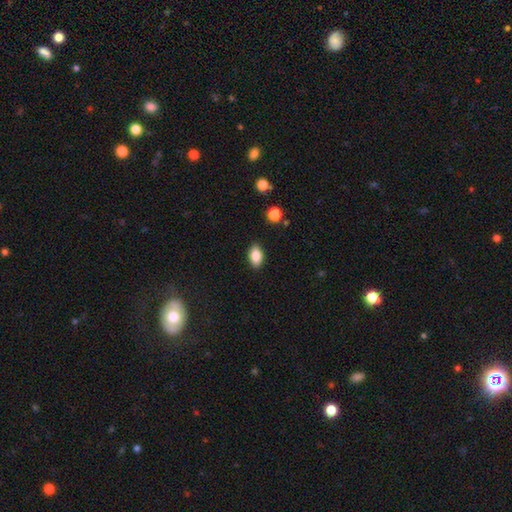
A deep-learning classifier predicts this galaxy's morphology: smooth_or_featured: smooth (p=0.85) [alt: star or artifact p=0.08]
how_rounded: in between (p=0.90) [alt: round p=0.07]
merging: none (p=0.87) [alt: minor disturbance p=0.10]